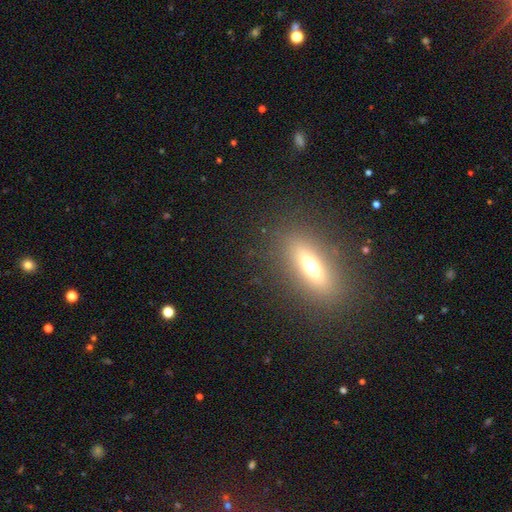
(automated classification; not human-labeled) Q: Smooth or featured?
A: smooth (49%); runner-up: featured or disk (36%)
Q: Merging?
A: none (87%); runner-up: minor disturbance (8%)